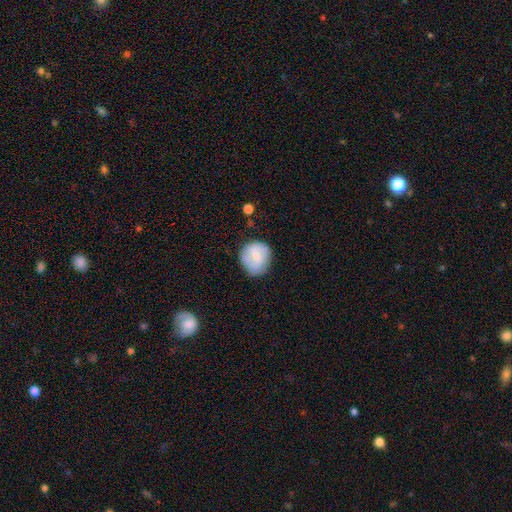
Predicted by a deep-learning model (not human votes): smooth 50%, featured or disk 43%, star or artifact 7%. Down the decision tree: how rounded — round (78%); merging — none (70%).